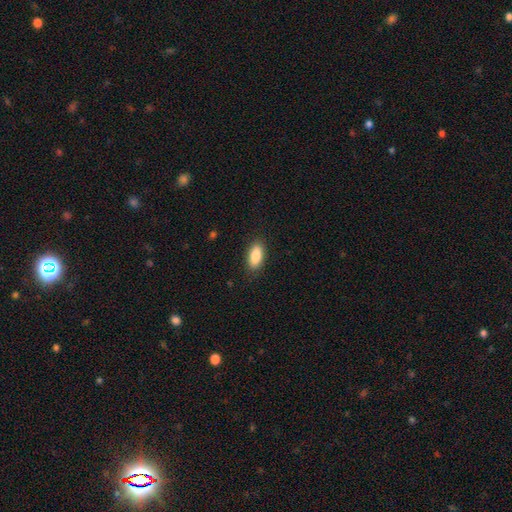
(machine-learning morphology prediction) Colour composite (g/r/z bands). It shows a smooth galaxy with no disk features (86%) that is in between round and cigar-shaped (88%). Merging: none (88%).